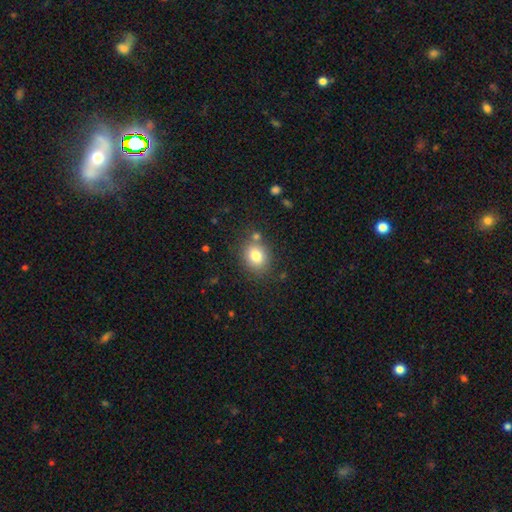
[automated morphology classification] Smooth or featured: smooth — 79% (star or artifact — 11%)
How rounded: round — 58% (in between — 41%)
Merging: none — 77% (minor disturbance — 12%)